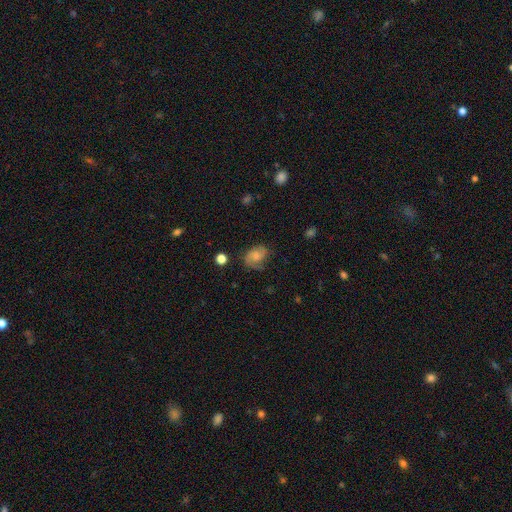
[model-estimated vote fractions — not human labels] Overall: featured or disk (60%; smooth 31%). Edge-on disk: no (97%). Bar: no (65%; weak 31%). Spiral arms: yes (91%). Spiral arm count: 2 (69%). Spiral winding: medium (45%; tight 31%). Bulge size: moderate (32%; small 31%). Merging: none (63%).